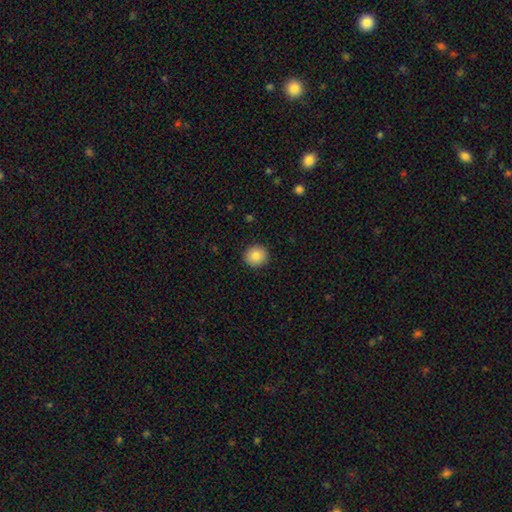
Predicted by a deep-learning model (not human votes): The model was most divided on "smooth or featured": smooth: 84%, star or artifact: 9%, featured or disk: 8%. More confident: merging — none (91%); how rounded — round (90%).